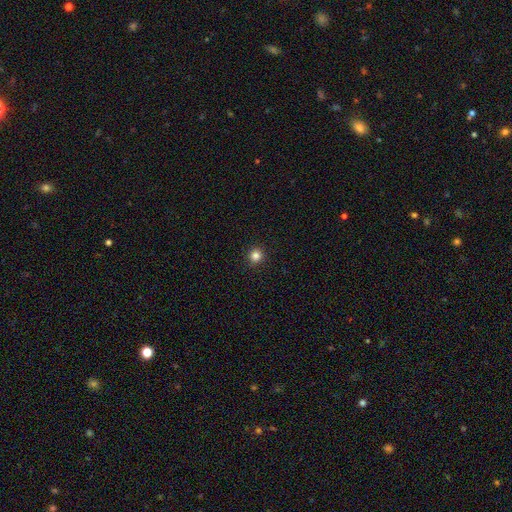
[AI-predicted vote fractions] smooth_or_featured: smooth (p=0.84) [alt: star or artifact p=0.12]
how_rounded: round (p=0.95) [alt: in between p=0.04]
merging: none (p=0.93) [alt: minor disturbance p=0.04]